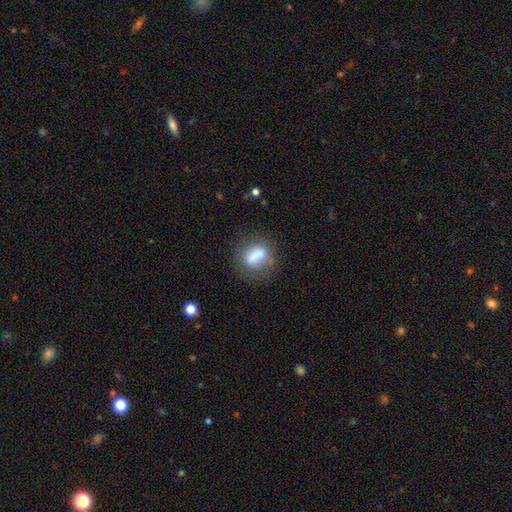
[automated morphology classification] Smooth or featured?
  - smooth: 74% *
  - featured or disk: 16%
  - star or artifact: 9%
How rounded?
  - in between: 64% *
  - round: 25%
  - cigar-shaped: 11%
Merging?
  - none: 67% *
  - minor disturbance: 19%
  - major disturbance: 10%
  - merger: 4%